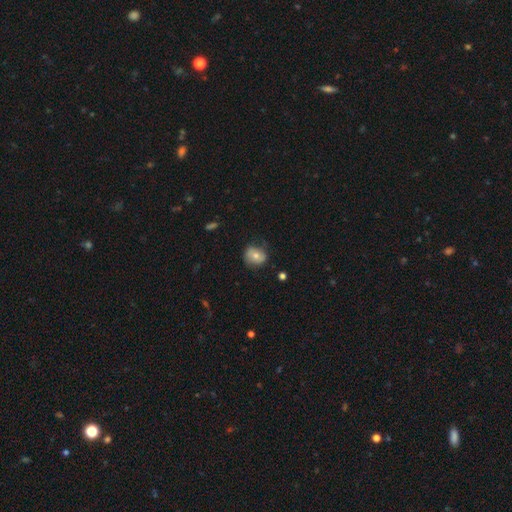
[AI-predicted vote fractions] Morphology: type=smooth (63%); roundness=round (64%); merging=none (68%).